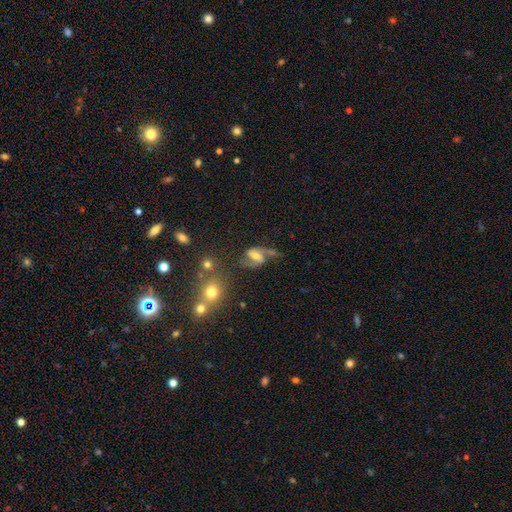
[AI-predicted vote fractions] Morphology: type=featured or disk (76%); edge-on=no (97%); bar=weak (44%); spiral arms=yes (91%); winding=loose (55%); arm count=2 (84%); bulge=moderate (45%); merging=none (49%).